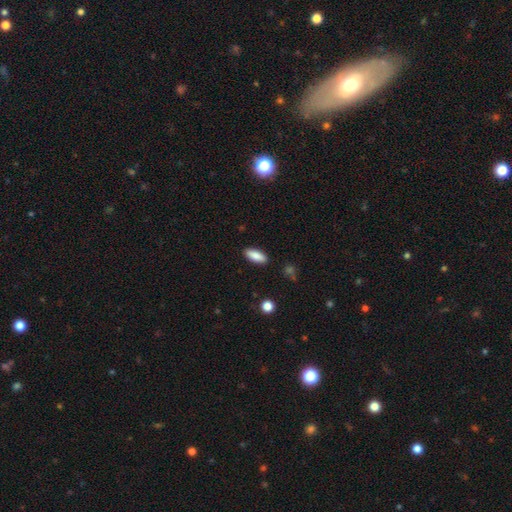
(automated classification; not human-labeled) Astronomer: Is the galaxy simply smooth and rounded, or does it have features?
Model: smooth — 86%.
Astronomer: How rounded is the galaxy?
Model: in between — 75%.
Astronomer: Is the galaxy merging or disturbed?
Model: none — 89%.